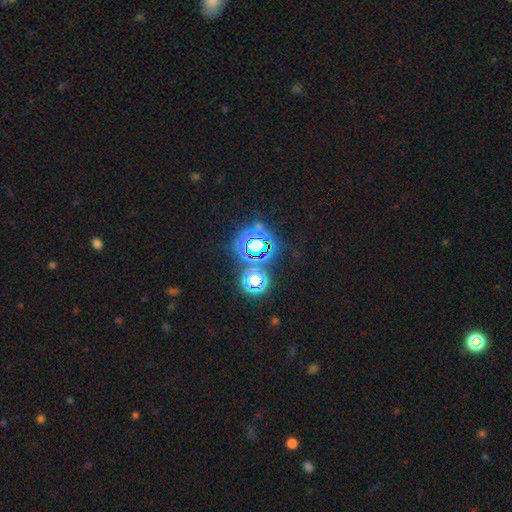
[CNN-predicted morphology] Smooth or featured? Predicted: star or artifact (p=0.73).